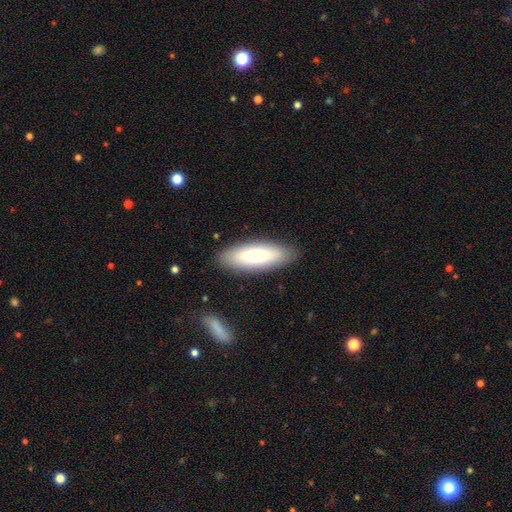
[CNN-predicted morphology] The model was most divided on "how rounded": in between: 62%, cigar-shaped: 36%, round: 2%. More confident: merging — none (87%); smooth or featured — smooth (72%).